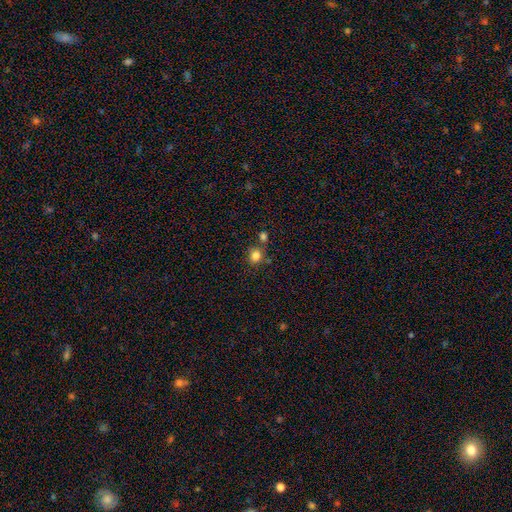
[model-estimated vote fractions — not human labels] A smooth galaxy with no disk features (82%) that is round (81%).

Vote fractions:
- Smooth or featured? smooth: 82% / star or artifact: 13% / featured or disk: 5%
- How rounded? round: 81% / in between: 18% / cigar-shaped: 1%
- Merging? none: 72% / merger: 14% / minor disturbance: 10% / major disturbance: 3%